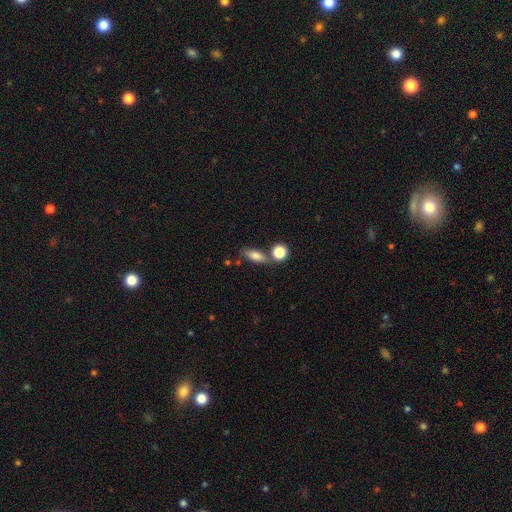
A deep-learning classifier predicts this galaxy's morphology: smooth_or_featured: smooth (p=0.76) [alt: featured or disk p=0.14]
how_rounded: in between (p=0.67) [alt: cigar-shaped p=0.24]
merging: none (p=0.67) [alt: merger p=0.15]